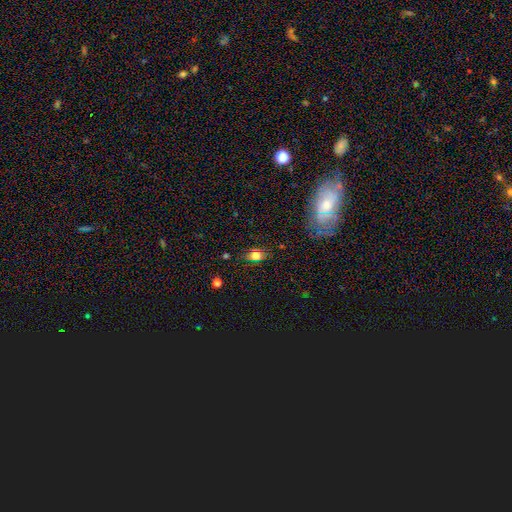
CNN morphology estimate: The model was most divided on "how rounded": in between: 67%, round: 29%, cigar-shaped: 4%. More confident: merging — none (81%); smooth or featured — smooth (68%).